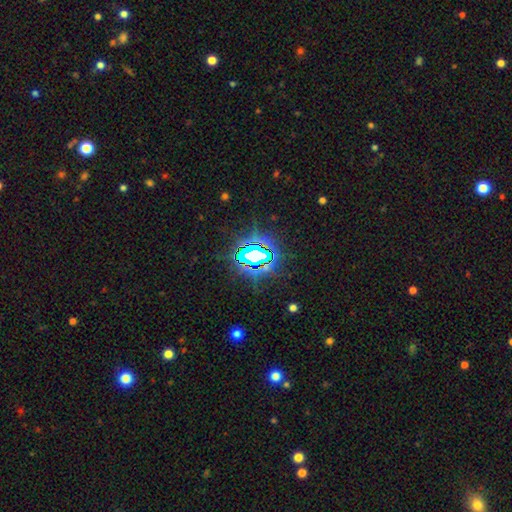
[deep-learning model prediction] smooth_or_featured: star or artifact (p=0.74) [alt: smooth p=0.14]